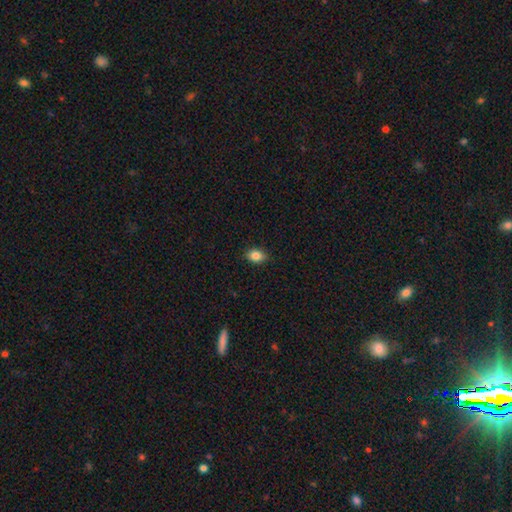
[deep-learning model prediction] This appears to be a smooth galaxy with no disk features (85%) that is in between round and cigar-shaped (77%). Merging: none (87%).